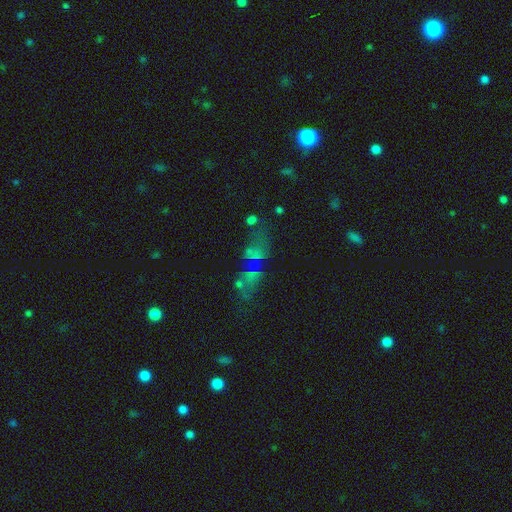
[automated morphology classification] Overall: featured or disk (35%; star or artifact 33%). Merging: none (51%; major disturbance 18%).